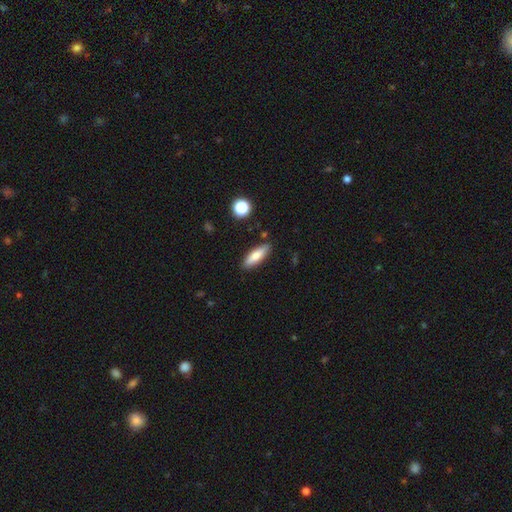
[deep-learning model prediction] smooth_or_featured: smooth (p=0.75) [alt: featured or disk p=0.18]
how_rounded: in between (p=0.49) [tied with: cigar-shaped p=0.49]
merging: none (p=0.86) [alt: minor disturbance p=0.10]